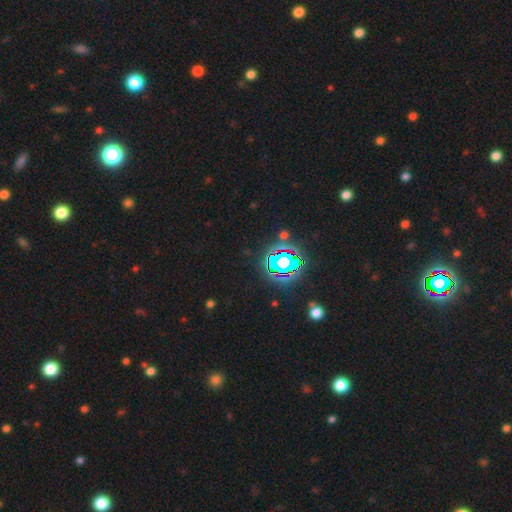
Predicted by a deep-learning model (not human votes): star or artifact 81%, smooth 12%, featured or disk 7%.